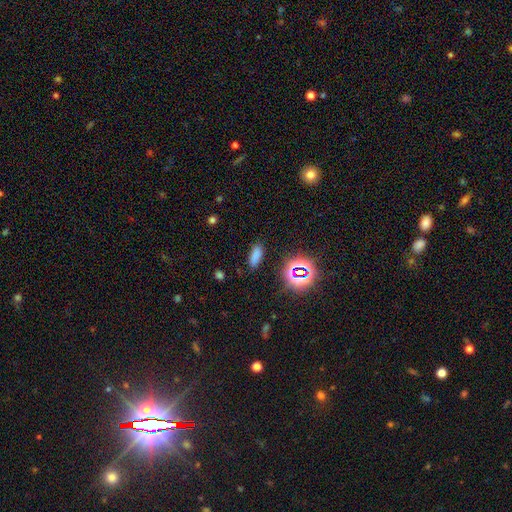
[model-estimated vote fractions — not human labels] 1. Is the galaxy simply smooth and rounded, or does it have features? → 72% smooth, 22% star or artifact, 6% featured or disk.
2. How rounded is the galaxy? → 67% in between, 29% cigar-shaped, 4% round.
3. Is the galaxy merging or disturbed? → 82% none, 11% minor disturbance, 4% major disturbance, 2% merger.